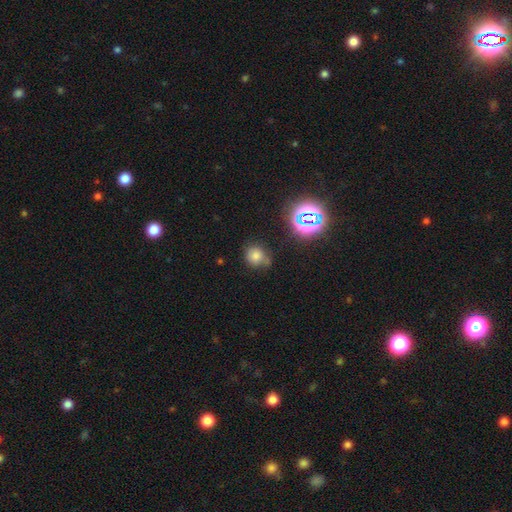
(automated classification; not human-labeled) A smooth galaxy with no disk features (72%) that is round (80%).

Vote fractions:
- Smooth or featured? smooth: 72% / star or artifact: 19% / featured or disk: 9%
- How rounded? round: 80% / in between: 19% / cigar-shaped: 1%
- Merging? none: 59% / minor disturbance: 26% / merger: 8% / major disturbance: 8%